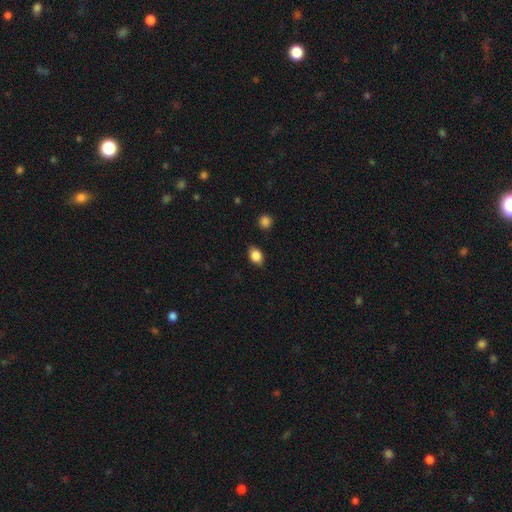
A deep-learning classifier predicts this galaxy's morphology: The model was most divided on "how rounded": in between: 73%, round: 25%, cigar-shaped: 2%. More confident: smooth or featured — smooth (86%); merging — none (84%).